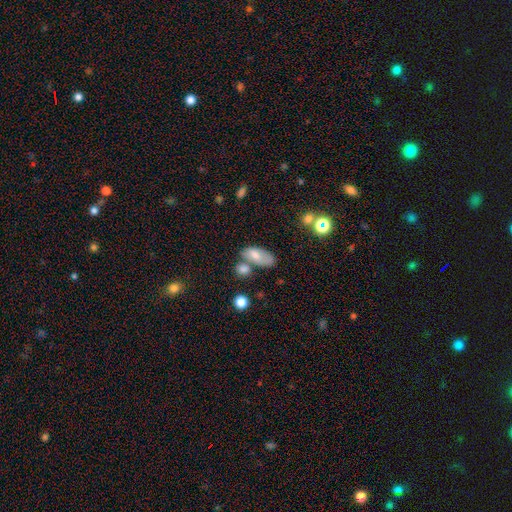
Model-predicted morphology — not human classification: This appears to be a smooth galaxy with no disk features (72%) that is in between round and cigar-shaped (89%). Merging: none (39%).